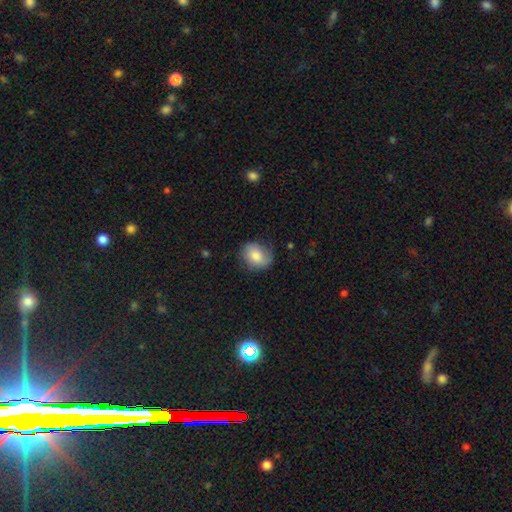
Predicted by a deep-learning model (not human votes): This is likely a smooth galaxy (78%). How rounded: possibly in between (51%). Merging: likely none (73%).